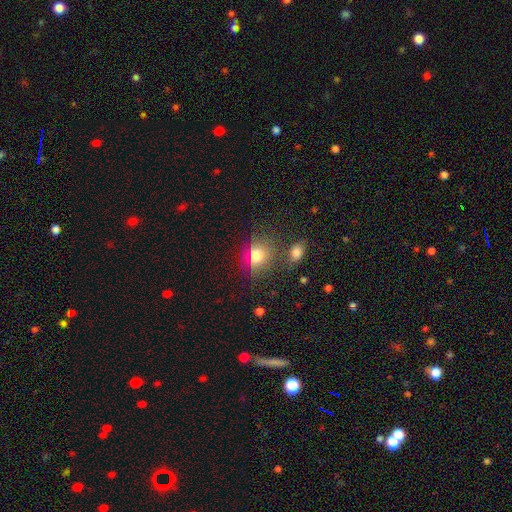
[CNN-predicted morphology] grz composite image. It shows a smooth galaxy with no disk features (73%) that is round (66%). Merging: none (65%).